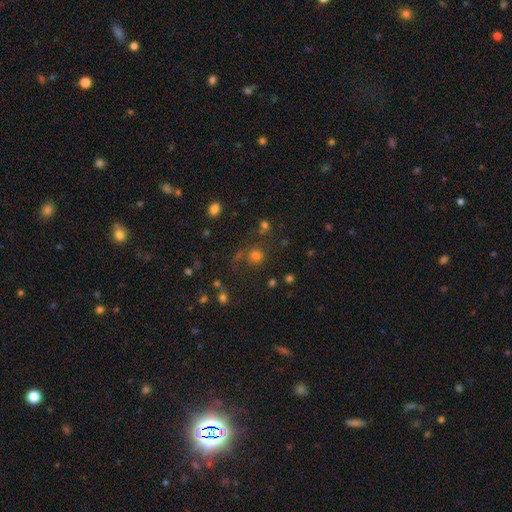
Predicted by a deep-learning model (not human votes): smooth_or_featured: smooth (p=0.65) [alt: star or artifact p=0.26]
how_rounded: round (p=0.90) [alt: in between p=0.09]
merging: none (p=0.72) [alt: minor disturbance p=0.11]